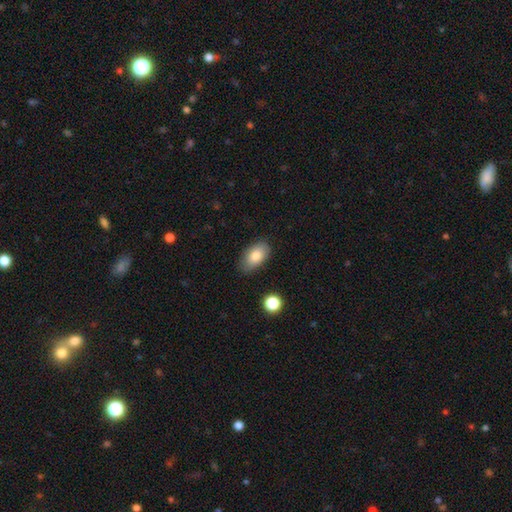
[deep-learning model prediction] This appears to be a smooth galaxy with no disk features (82%) that is in between round and cigar-shaped (93%). Merging: none (80%).